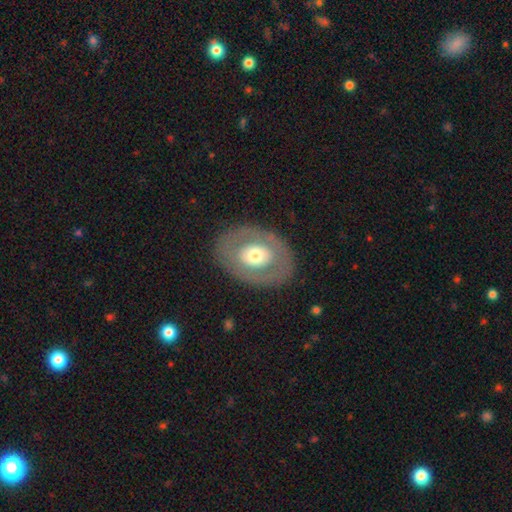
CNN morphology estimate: smooth_or_featured: smooth (p=0.47) [tied with: featured or disk p=0.47]
merging: none (p=0.83) [alt: minor disturbance p=0.10]